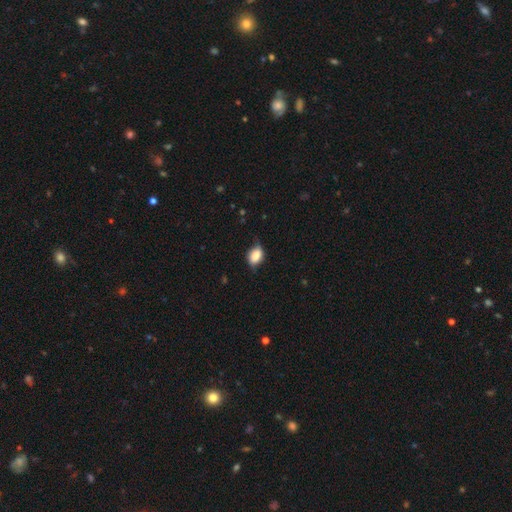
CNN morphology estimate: Overall: smooth (82%). How rounded: in between (79%). Merging: none (62%; minor disturbance 30%).